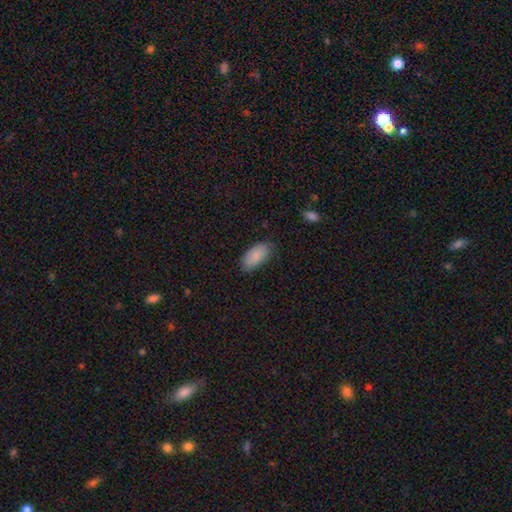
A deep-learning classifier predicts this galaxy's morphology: Q: Smooth or featured?
A: smooth (87%); runner-up: featured or disk (7%)
Q: How rounded?
A: in between (93%); runner-up: cigar-shaped (5%)
Q: Merging?
A: none (77%); runner-up: minor disturbance (19%)